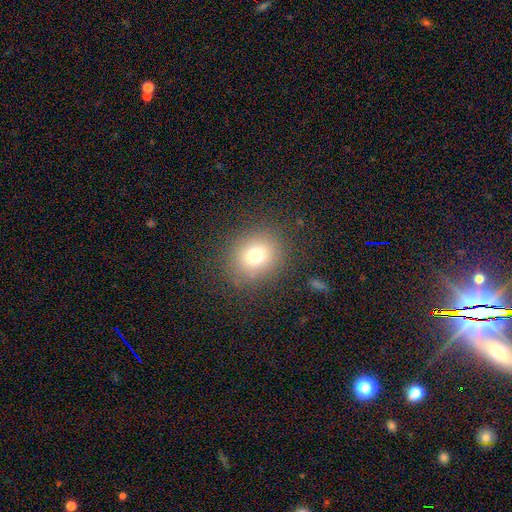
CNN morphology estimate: This is likely a smooth galaxy (73%). How rounded: likely round (75%). Merging: clearly none (85%).